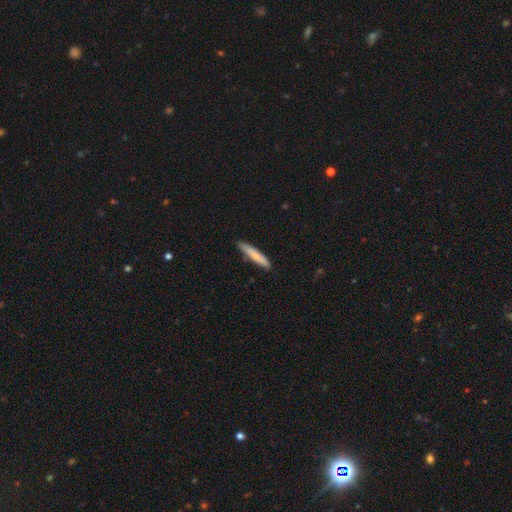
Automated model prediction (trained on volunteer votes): Smooth or featured? smooth (79%)
How rounded? cigar-shaped (92%)
Merging? none (82%)